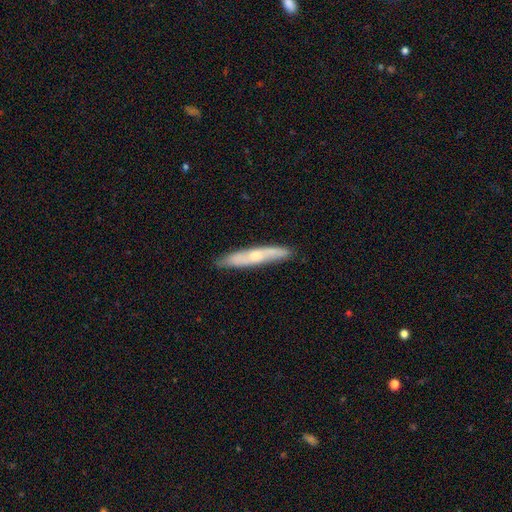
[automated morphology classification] Q: Smooth or featured?
A: featured or disk (51%); runner-up: smooth (43%)
Q: Edge-on disk?
A: yes (70%); runner-up: no (30%)
Q: Merging?
A: none (84%); runner-up: minor disturbance (12%)